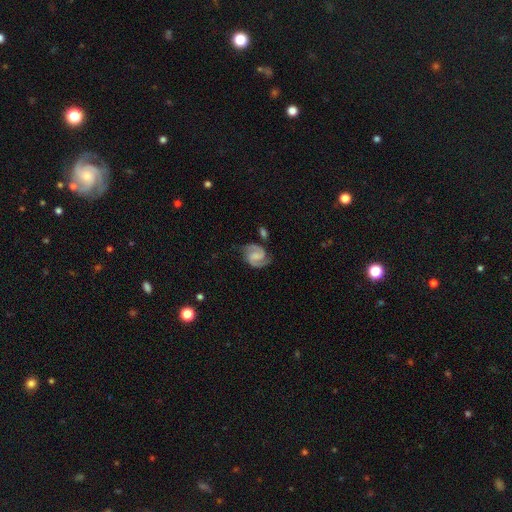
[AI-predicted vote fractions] A featured or disk galaxy (87%) with a weak bar (49%), 2 (93%) medium (54%) spiral arms (97%) and no central bulge (41%).

Vote fractions:
- Smooth or featured? featured or disk: 87% / smooth: 8% / star or artifact: 5%
- Edge-on disk? no: 98% / yes: 2%
- Bar? weak: 49% / no: 30% / strong: 20%
- Spiral arms? yes: 97% / no: 3%
- Spiral winding? medium: 54% / tight: 30% / loose: 16%
- Spiral arm count? 2: 93% / can't tell: 3% / 1: 2% / 3: 1% / 4: 1% / more than 4: 1%
- Bulge size? none: 41% / small: 31% / moderate: 23% / large: 4% / dominant: 1%
- Merging? none: 73% / minor disturbance: 17% / major disturbance: 6% / merger: 4%